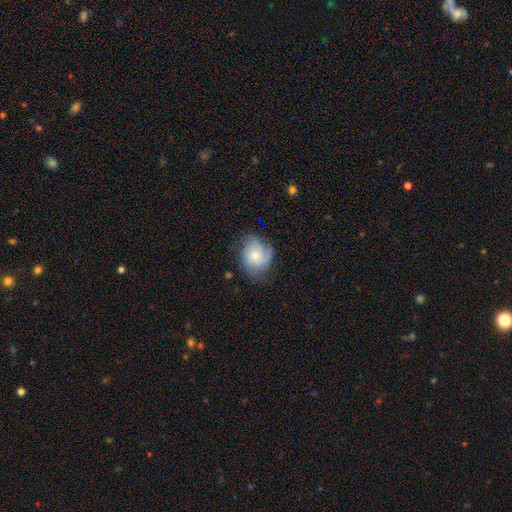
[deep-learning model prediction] This appears to be a smooth galaxy with no disk features (51%) that is round (68%). Merging: none (56%).